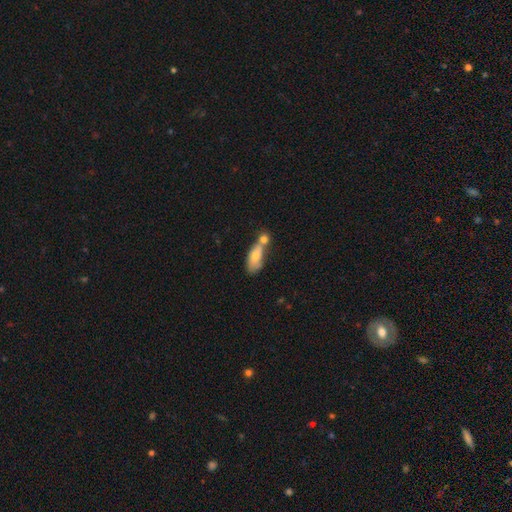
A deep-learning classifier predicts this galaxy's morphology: Q: Smooth or featured?
A: smooth (70%); runner-up: featured or disk (22%)
Q: How rounded?
A: in between (78%); runner-up: cigar-shaped (16%)
Q: Merging?
A: merger (54%); runner-up: none (27%)